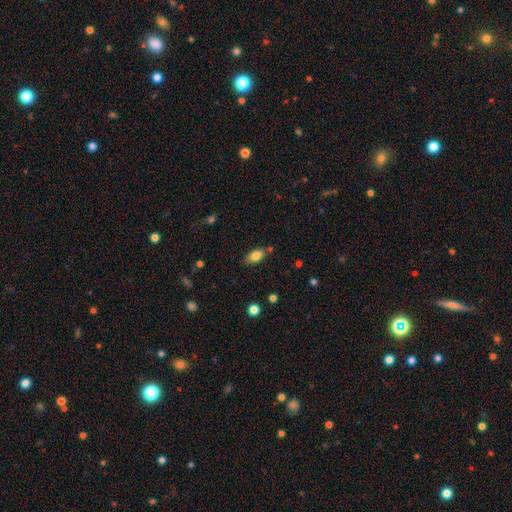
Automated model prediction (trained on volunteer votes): smooth_or_featured: smooth (p=0.82) [alt: featured or disk p=0.09]
how_rounded: in between (p=0.90) [alt: cigar-shaped p=0.05]
merging: none (p=0.77) [alt: minor disturbance p=0.14]